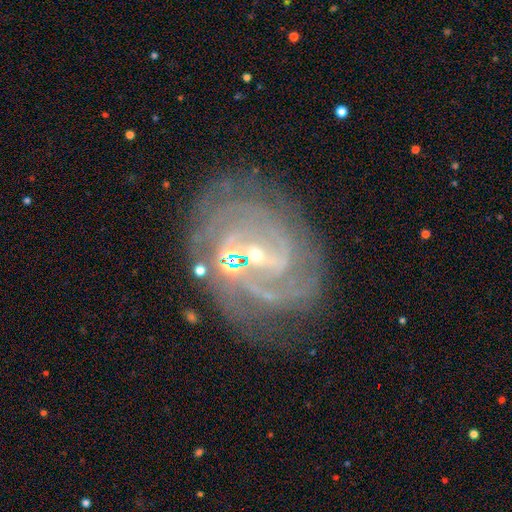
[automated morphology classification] smooth-or-featured: featured or disk: 88% | star or artifact: 8% | smooth: 5%
  disk-edge-on: no: 97% | yes: 3%
    bar: weak: 44% | no: 28% | strong: 27%
    has-spiral-arms: yes: 97% | no: 3%
      spiral-winding: tight: 66% | medium: 28% | loose: 6%
      spiral-arm-count: 2: 28% | can't tell: 23% | 3: 20% | 4: 14% | more than 4: 8% | 1: 7%
    bulge-size: small: 75% | moderate: 20% | none: 3% | large: 1% | dominant: 1%
  merging: none: 70% | minor disturbance: 16% | major disturbance: 8% | merger: 6%